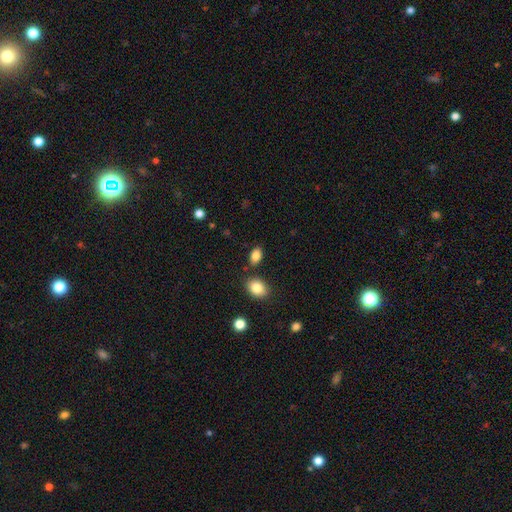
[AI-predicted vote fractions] Morphology: type=smooth (85%); roundness=in between (86%); merging=none (79%).